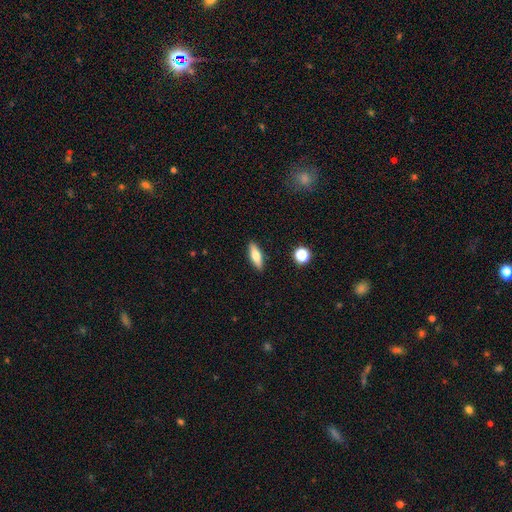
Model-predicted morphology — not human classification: Smooth or featured: smooth — 65% (featured or disk — 27%)
How rounded: in between — 52% (cigar-shaped — 45%)
Merging: none — 89% (minor disturbance — 8%)